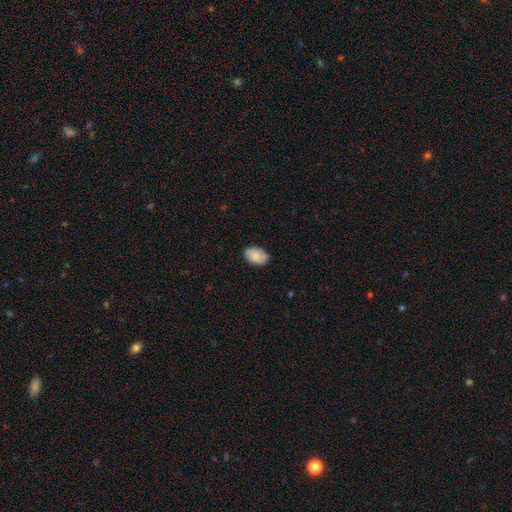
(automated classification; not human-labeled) smooth 85%, featured or disk 9%, star or artifact 6%. Down the decision tree: how rounded — in between (89%); merging — none (84%).